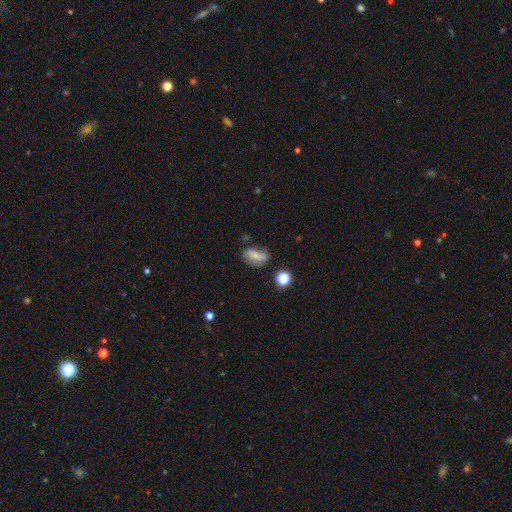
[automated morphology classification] Smooth or featured?
  - smooth: 62% *
  - featured or disk: 26%
  - star or artifact: 12%
How rounded?
  - in between: 80% *
  - round: 11%
  - cigar-shaped: 9%
Merging?
  - none: 55% *
  - minor disturbance: 29%
  - major disturbance: 11%
  - merger: 5%